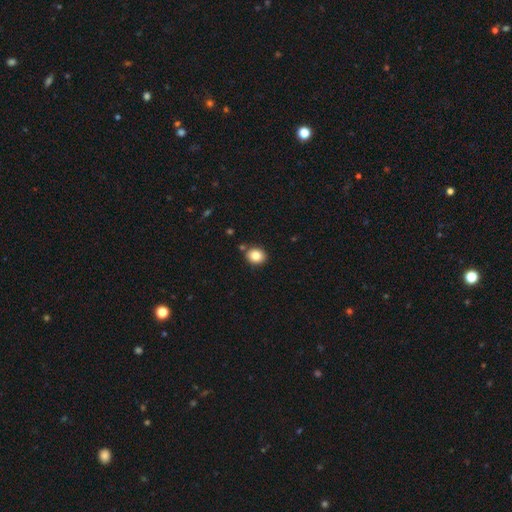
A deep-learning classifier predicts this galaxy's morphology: Smooth or featured? smooth (82%)
How rounded? round (67%)
Merging? none (83%)